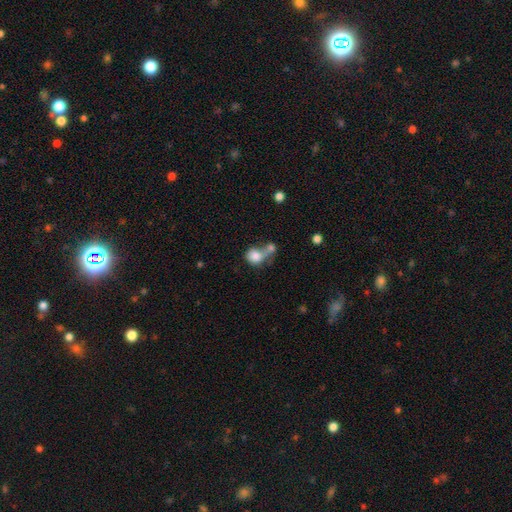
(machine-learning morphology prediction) smooth_or_featured: smooth (p=0.78) [alt: featured or disk p=0.13]
how_rounded: round (p=0.62) [alt: in between p=0.37]
merging: merger (p=0.52) [alt: none p=0.24]